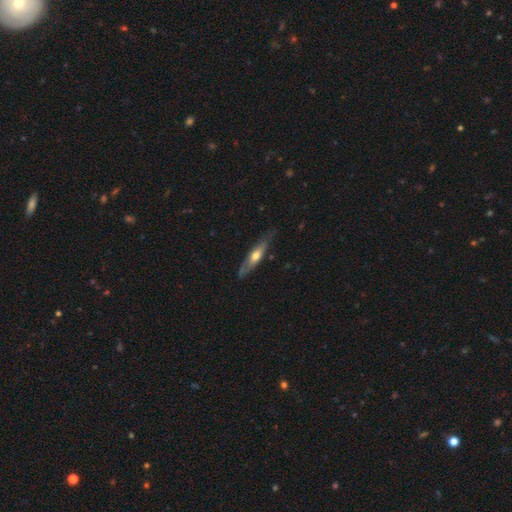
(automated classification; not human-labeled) Smooth or featured? Predicted: featured or disk (p=0.54). Edge-on disk? Predicted: yes (p=0.70). Merging? Predicted: none (p=0.74).